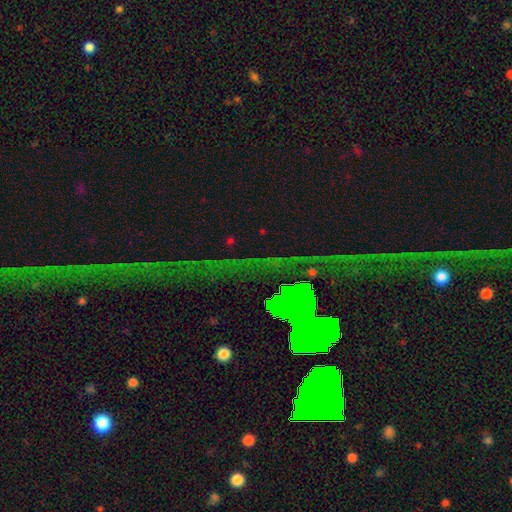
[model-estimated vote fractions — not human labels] Smooth or featured?
  - star or artifact: 69% *
  - featured or disk: 19%
  - smooth: 12%